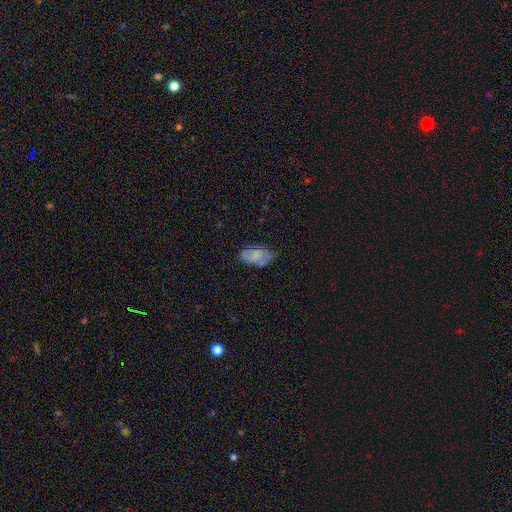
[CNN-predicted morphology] type=smooth (58%); roundness=in between (92%); merging=none (55%).